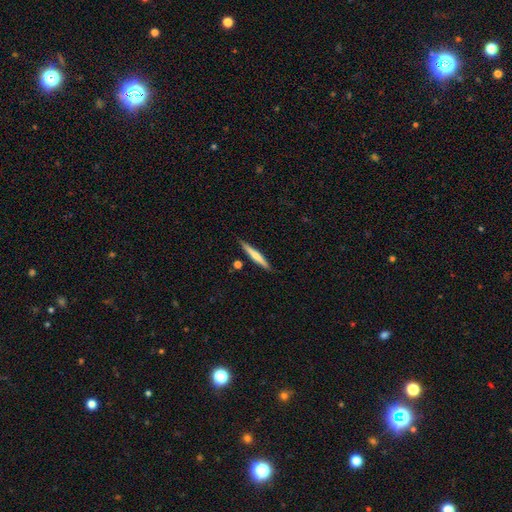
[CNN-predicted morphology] A smooth galaxy with no disk features (48%).

Vote fractions:
- Smooth or featured? smooth: 48% / featured or disk: 46% / star or artifact: 6%
- Merging? none: 87% / minor disturbance: 9% / merger: 3% / major disturbance: 2%